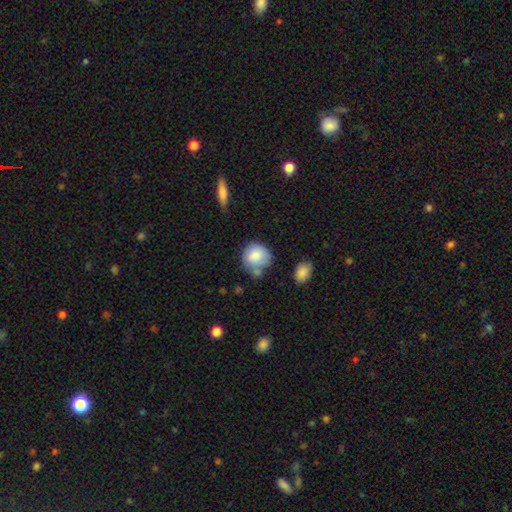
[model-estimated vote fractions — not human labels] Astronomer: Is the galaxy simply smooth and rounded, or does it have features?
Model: smooth — 81%.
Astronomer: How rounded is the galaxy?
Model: round — 82%.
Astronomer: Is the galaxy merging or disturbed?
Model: none — 50% (runner-up: minor disturbance, 26%).